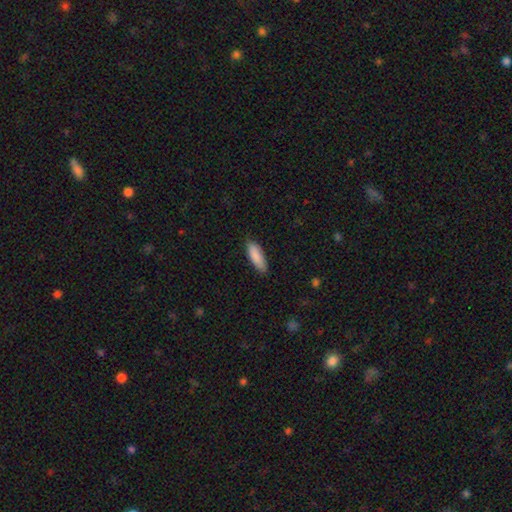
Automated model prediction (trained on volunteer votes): A smooth galaxy with no disk features (89%) that is in between round and cigar-shaped (57%). Merging: none (85%).